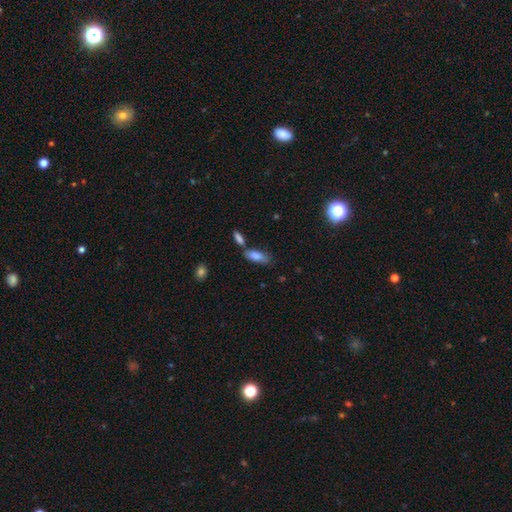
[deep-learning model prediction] Smooth or featured? Predicted: smooth (p=0.81). How rounded? Predicted: in between (p=0.73). Merging? Predicted: none (p=0.54).